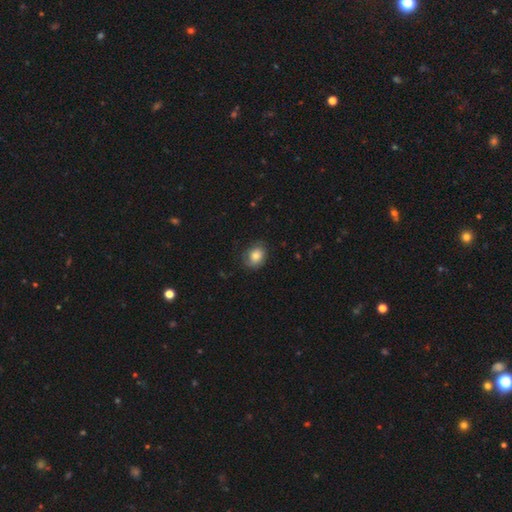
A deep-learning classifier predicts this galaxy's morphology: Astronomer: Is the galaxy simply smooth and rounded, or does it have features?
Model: smooth — 72%.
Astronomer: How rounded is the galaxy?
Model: round — 52% (runner-up: in between, 47%).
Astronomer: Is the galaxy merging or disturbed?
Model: none — 71%.